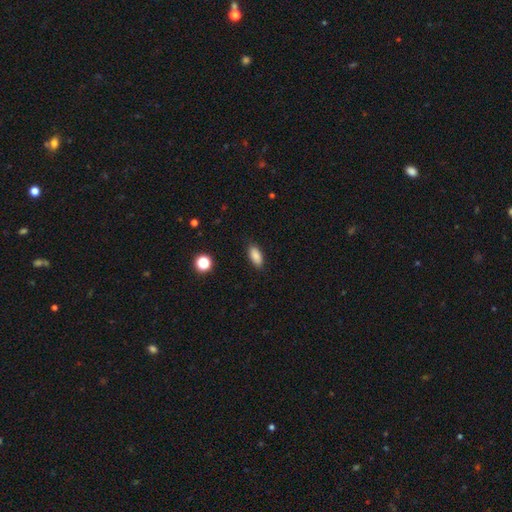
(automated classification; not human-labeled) Smooth or featured? smooth (87%)
How rounded? in between (86%)
Merging? none (87%)